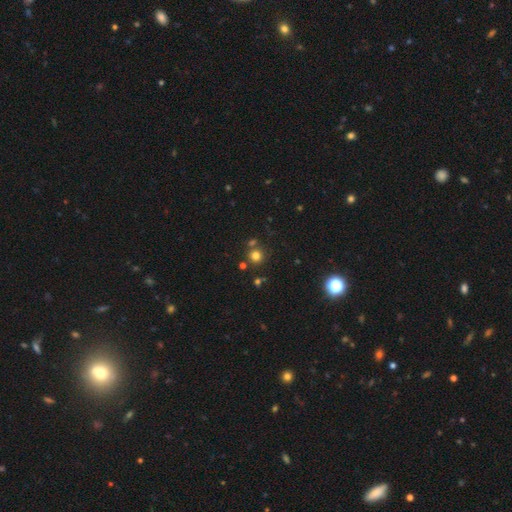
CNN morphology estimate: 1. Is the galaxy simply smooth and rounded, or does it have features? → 75% smooth, 18% star or artifact, 7% featured or disk.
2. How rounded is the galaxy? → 92% round, 7% in between, 1% cigar-shaped.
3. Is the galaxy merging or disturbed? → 75% none, 13% merger, 8% minor disturbance, 3% major disturbance.